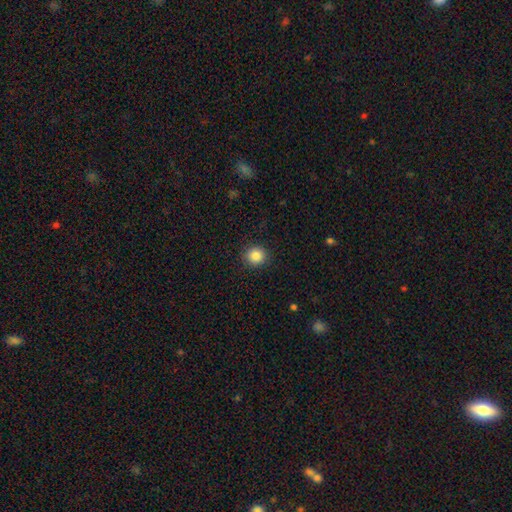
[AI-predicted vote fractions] smooth_or_featured: smooth (p=0.86) [alt: star or artifact p=0.10]
how_rounded: round (p=0.90) [alt: in between p=0.09]
merging: none (p=0.91) [alt: minor disturbance p=0.06]